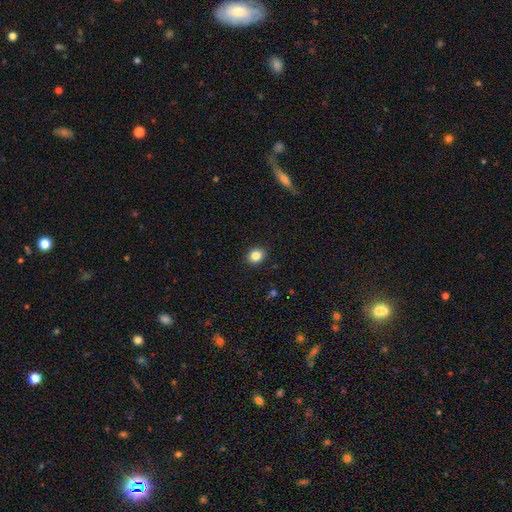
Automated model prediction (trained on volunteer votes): Smooth or featured? smooth (85%)
How rounded? round (66%)
Merging? none (91%)